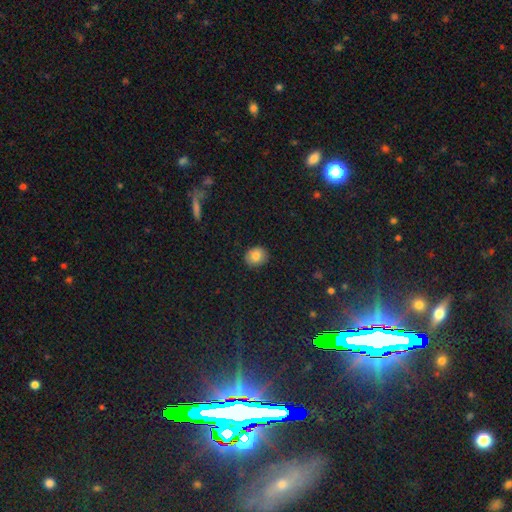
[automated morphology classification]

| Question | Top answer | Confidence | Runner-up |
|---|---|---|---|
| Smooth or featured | smooth | 83% | star or artifact (9%) |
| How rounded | round | 70% | in between (29%) |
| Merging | none | 88% | minor disturbance (9%) |